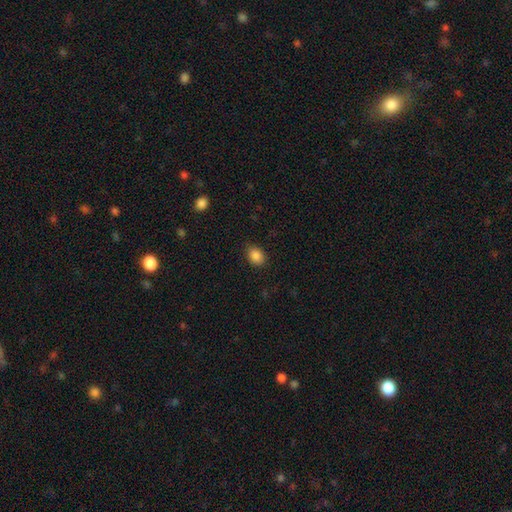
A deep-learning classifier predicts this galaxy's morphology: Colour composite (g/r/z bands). It shows a smooth galaxy with no disk features (87%) that is in between round and cigar-shaped (71%). Merging: none (83%).